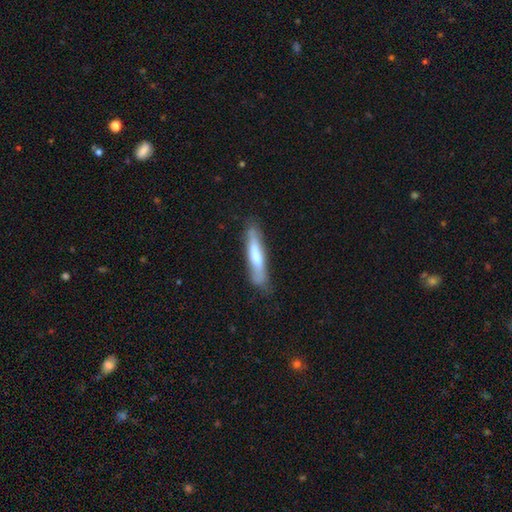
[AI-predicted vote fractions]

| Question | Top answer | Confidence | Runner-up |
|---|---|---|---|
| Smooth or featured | smooth | 54% | featured or disk (39%) |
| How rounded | cigar-shaped | 89% | in between (10%) |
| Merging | none | 76% | minor disturbance (18%) |